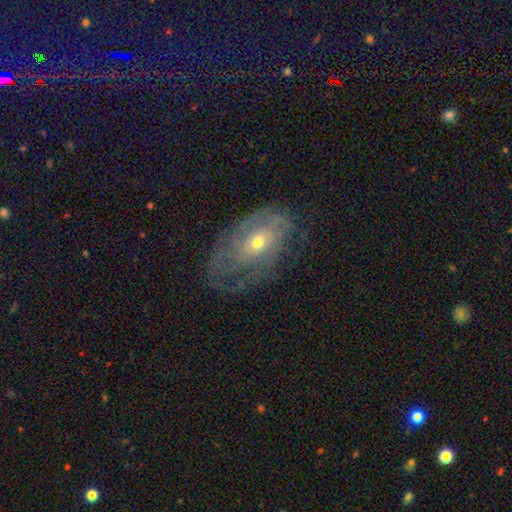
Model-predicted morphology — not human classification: Overall: featured or disk (67%). Edge-on disk: no (92%). Bar: no (68%). Spiral arms: yes (73%). Bulge size: moderate (48%, tied with small). Merging: none (65%).